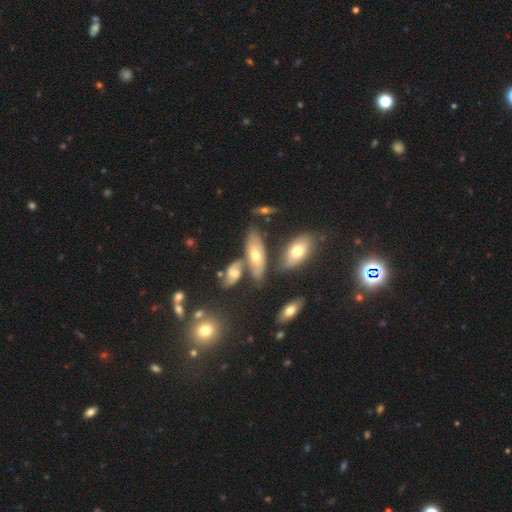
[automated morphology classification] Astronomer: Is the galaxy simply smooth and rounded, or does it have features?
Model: smooth — 46% (runner-up: featured or disk, 39%).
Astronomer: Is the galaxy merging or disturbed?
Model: none — 57%.